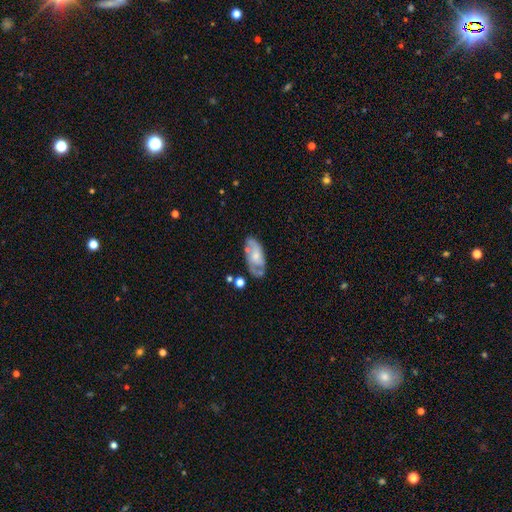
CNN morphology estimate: Overall: featured or disk (58%; smooth 35%). Edge-on disk: no (92%). Bar: no (70%). Spiral arms: yes (77%). Bulge size: small (48%; moderate 36%). Merging: none (56%; minor disturbance 25%).